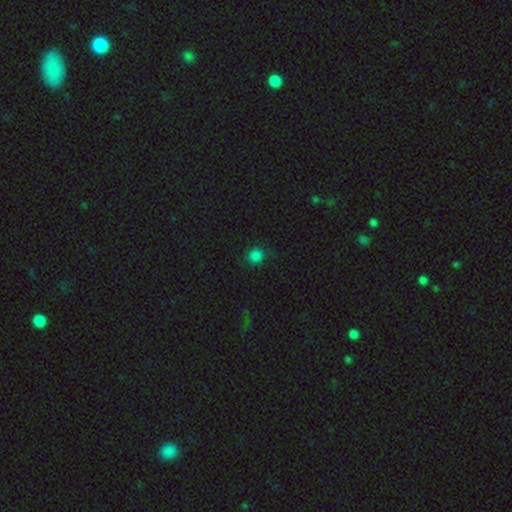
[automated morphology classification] This is clearly a smooth galaxy (81%). How rounded: clearly round (89%). Merging: clearly none (85%).